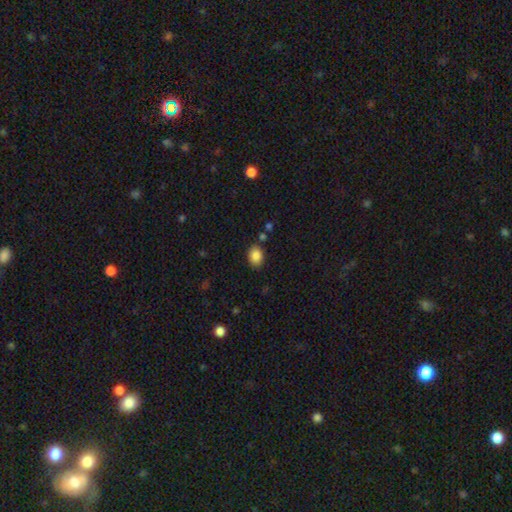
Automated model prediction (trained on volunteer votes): Overall: smooth (86%). How rounded: in between (68%; round 31%). Merging: none (83%).